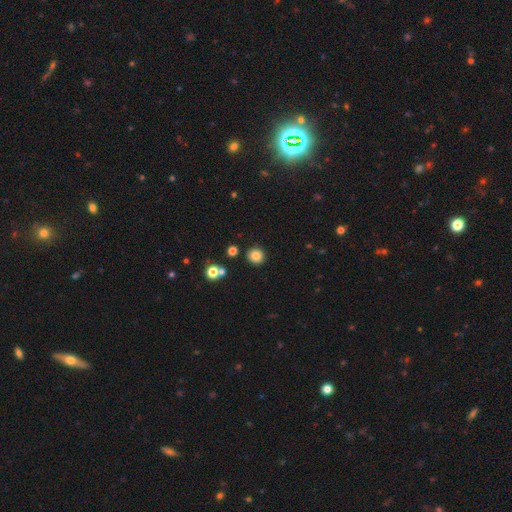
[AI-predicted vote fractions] smooth-or-featured: smooth: 82% | star or artifact: 12% | featured or disk: 6%
  how-rounded: round: 93% | in between: 6% | cigar-shaped: 1%
  merging: none: 89% | minor disturbance: 6% | merger: 3% | major disturbance: 2%